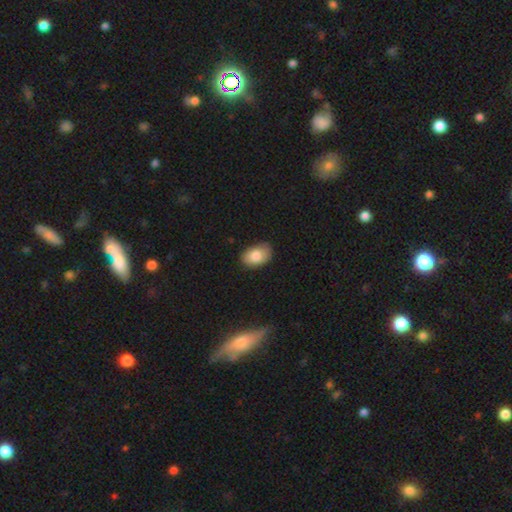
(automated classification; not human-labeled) This is clearly a smooth galaxy (84%). How rounded: clearly in between (88%). Merging: likely none (79%).